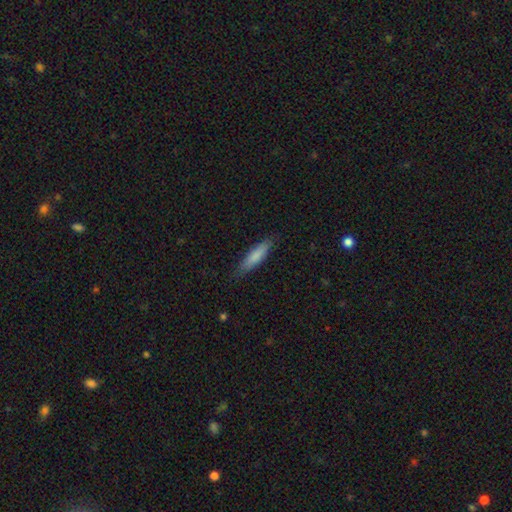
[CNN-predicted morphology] This is likely a smooth galaxy (79%). How rounded: likely cigar-shaped (75%). Merging: clearly none (81%).